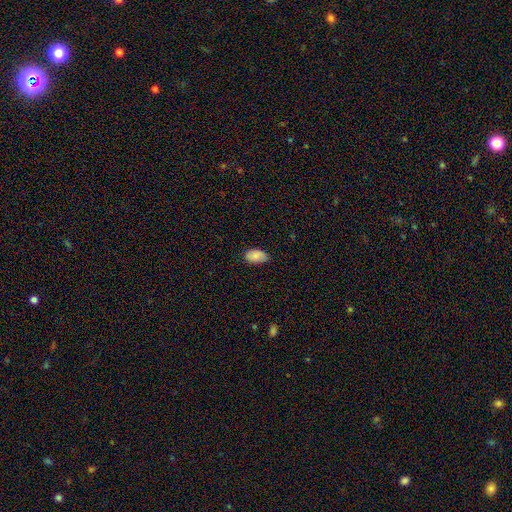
smooth_or_featured: smooth (p=0.87) [alt: featured or disk p=0.08]
how_rounded: in between (p=0.97) [alt: round p=0.03]
merging: none (p=0.86) [alt: minor disturbance p=0.11]